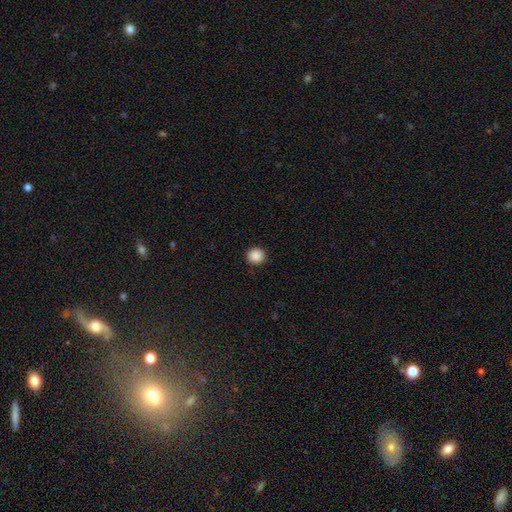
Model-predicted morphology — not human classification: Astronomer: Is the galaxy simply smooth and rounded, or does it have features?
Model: smooth — 88%.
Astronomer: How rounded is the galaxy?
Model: round — 93%.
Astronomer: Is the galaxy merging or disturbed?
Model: none — 92%.